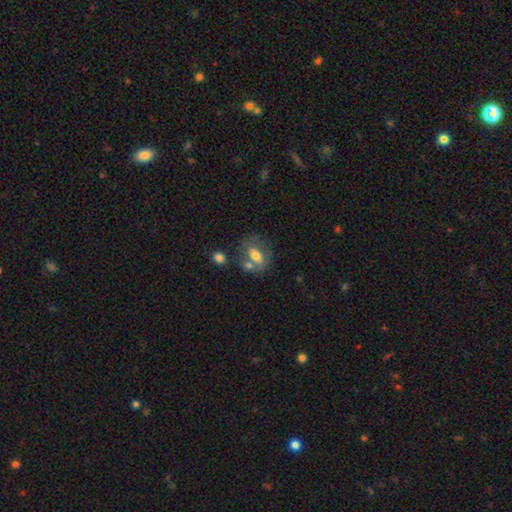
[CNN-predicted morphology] This is likely a smooth galaxy (61%). How rounded: likely in between (74%). Merging: possibly none (46%).